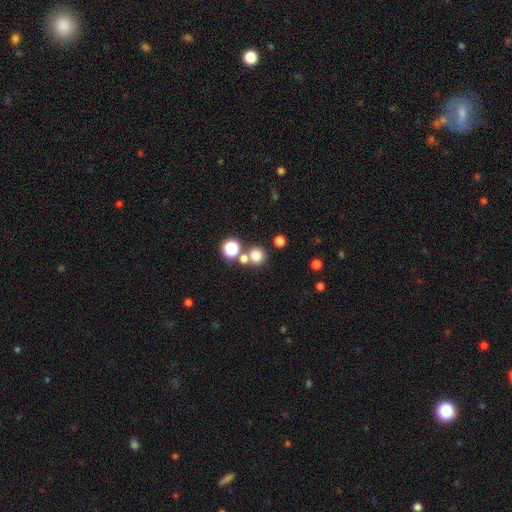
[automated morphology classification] Smooth or featured: smooth — 75% (star or artifact — 18%)
How rounded: round — 90% (in between — 9%)
Merging: none — 66% (merger — 23%)